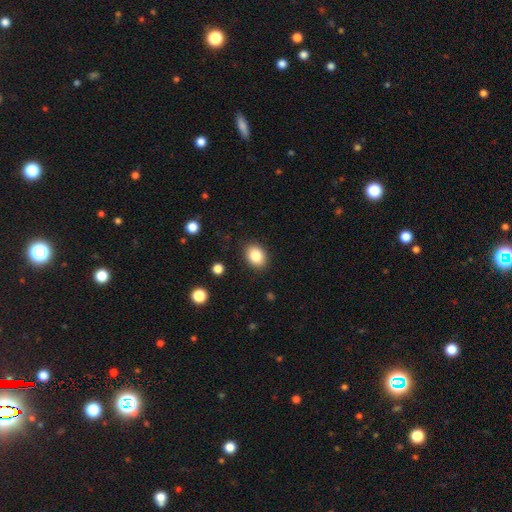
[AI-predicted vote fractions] The model was most divided on "how rounded": in between: 64%, round: 35%, cigar-shaped: 1%. More confident: merging — none (88%); smooth or featured — smooth (85%).